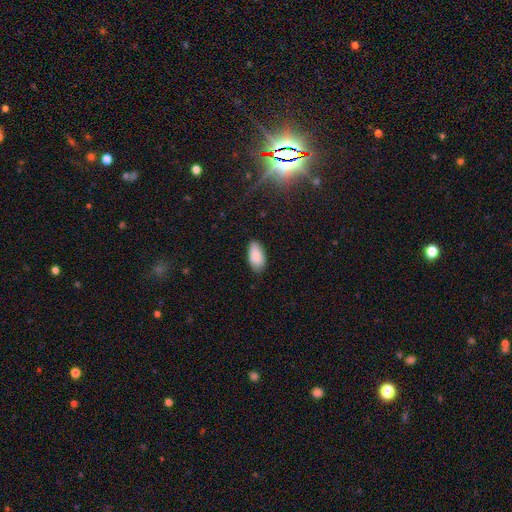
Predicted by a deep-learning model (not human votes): Smooth or featured?
  - smooth: 89% *
  - star or artifact: 7%
  - featured or disk: 5%
How rounded?
  - in between: 93% *
  - cigar-shaped: 4%
  - round: 2%
Merging?
  - none: 81% *
  - minor disturbance: 15%
  - major disturbance: 3%
  - merger: 1%